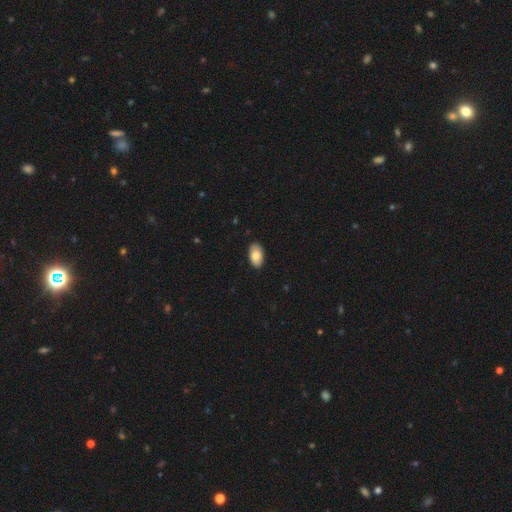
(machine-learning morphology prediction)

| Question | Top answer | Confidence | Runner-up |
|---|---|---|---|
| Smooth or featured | smooth | 79% | featured or disk (14%) |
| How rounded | in between | 95% | round (4%) |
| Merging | none | 87% | minor disturbance (10%) |